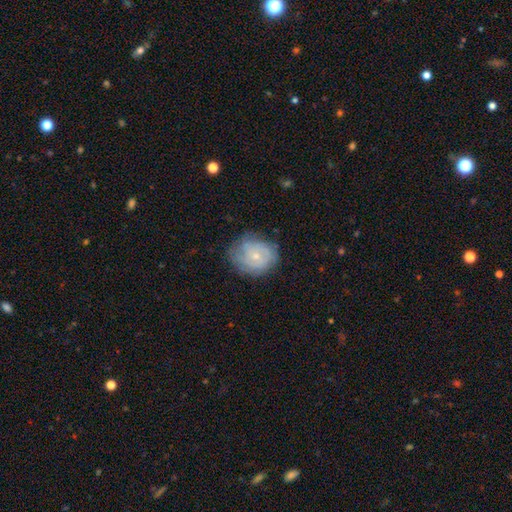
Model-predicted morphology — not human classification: Overall: featured or disk (59%; smooth 33%). Edge-on disk: no (97%). Bar: no (80%). Spiral arms: yes (80%). Bulge size: small (73%). Merging: none (67%).